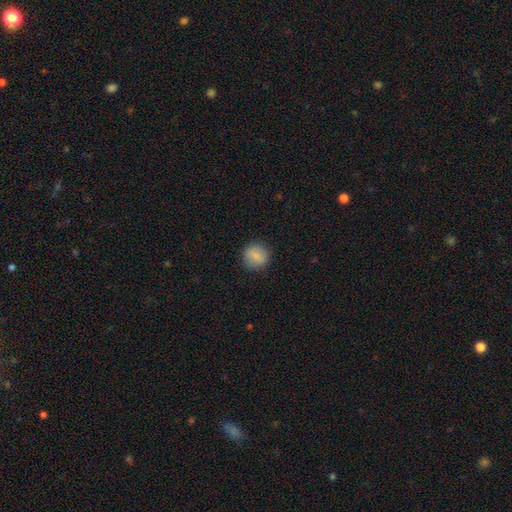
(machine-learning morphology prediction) This is clearly a smooth galaxy (85%). How rounded: clearly round (90%). Merging: clearly none (88%).